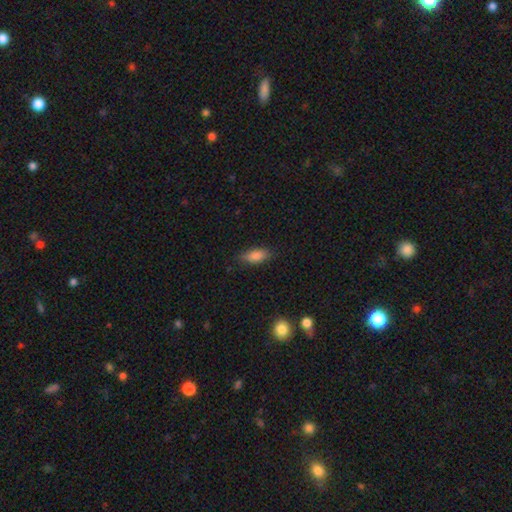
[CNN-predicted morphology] This is clearly a smooth galaxy (83%). How rounded: clearly in between (81%). Merging: clearly none (81%).